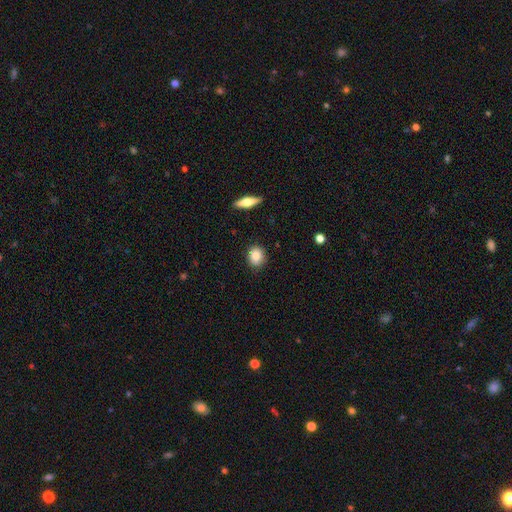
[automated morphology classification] smooth_or_featured: smooth (p=0.85) [alt: star or artifact p=0.08]
how_rounded: round (p=0.70) [alt: in between p=0.28]
merging: none (p=0.85) [alt: minor disturbance p=0.11]